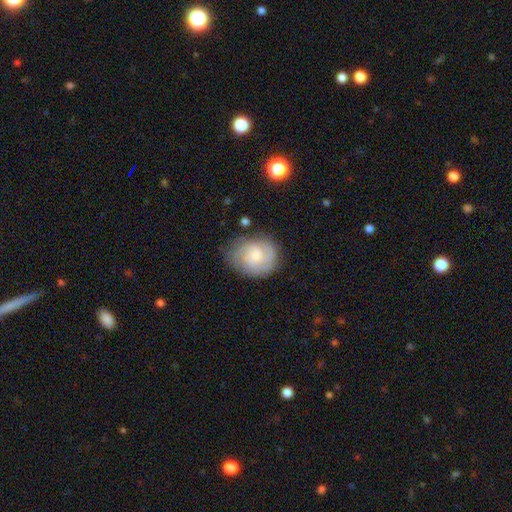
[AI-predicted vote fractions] Smooth or featured?
  - featured or disk: 50% *
  - smooth: 43%
  - star or artifact: 7%
Merging?
  - none: 70% *
  - minor disturbance: 21%
  - major disturbance: 7%
  - merger: 2%